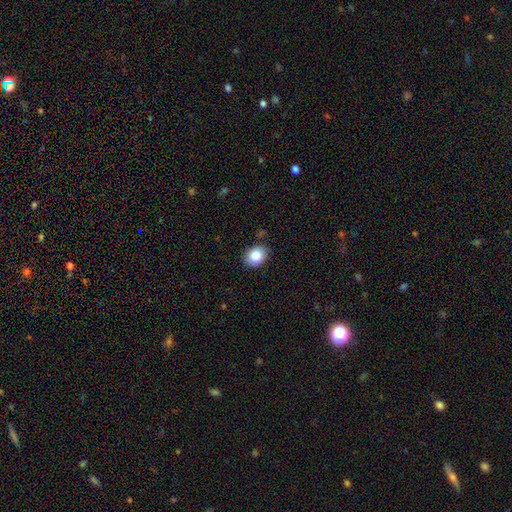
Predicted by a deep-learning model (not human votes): smooth-or-featured: smooth: 84% | star or artifact: 8% | featured or disk: 7%
  how-rounded: in between: 55% | round: 44% | cigar-shaped: 1%
  merging: none: 85% | minor disturbance: 11% | major disturbance: 2% | merger: 1%